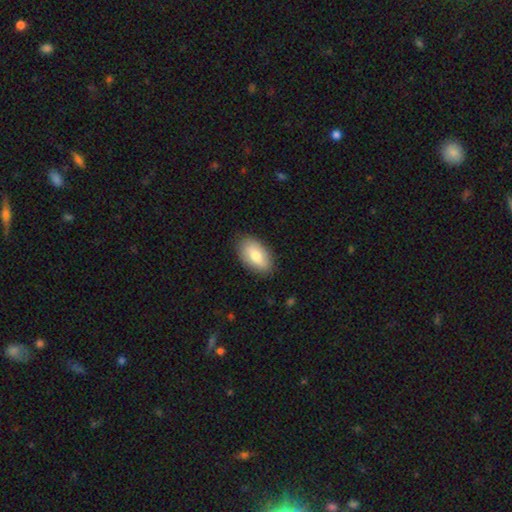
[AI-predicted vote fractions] Smooth or featured? smooth (75%)
How rounded? in between (93%)
Merging? none (86%)